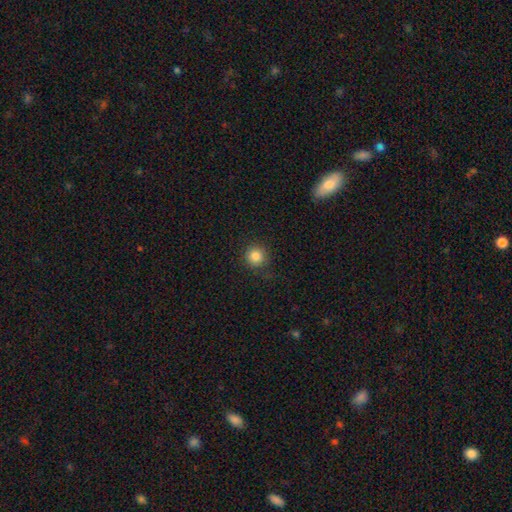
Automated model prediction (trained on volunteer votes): smooth 84%, star or artifact 11%, featured or disk 5%. Down the decision tree: how rounded — round (94%); merging — none (86%).